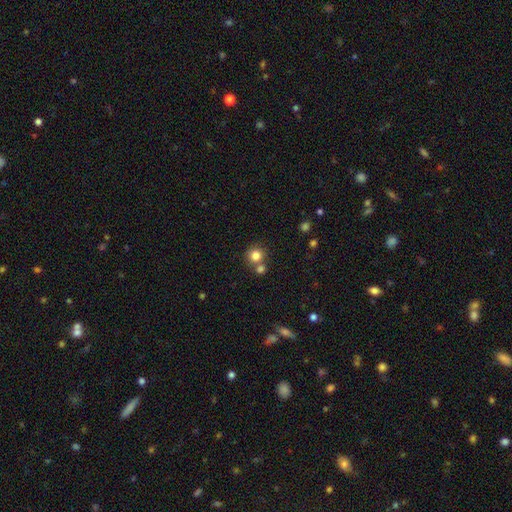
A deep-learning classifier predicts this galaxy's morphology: type=smooth (81%); roundness=round (91%); merging=none (64%).